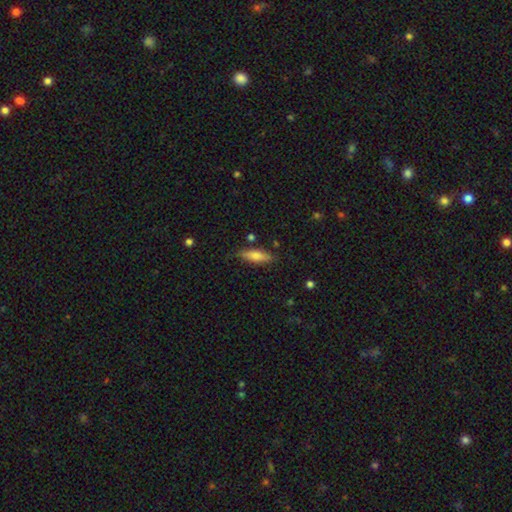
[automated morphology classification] Smooth or featured: smooth — 66% (featured or disk — 27%)
How rounded: cigar-shaped — 55% (in between — 43%)
Merging: none — 82% (minor disturbance — 13%)